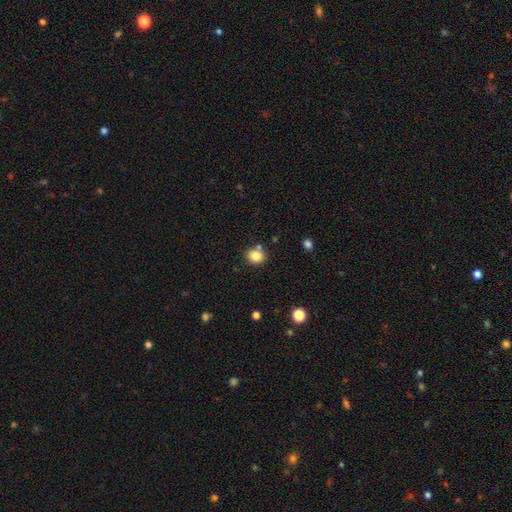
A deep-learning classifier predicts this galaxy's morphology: Smooth or featured? Predicted: smooth (p=0.83). How rounded? Predicted: round (p=0.76). Merging? Predicted: none (p=0.76).